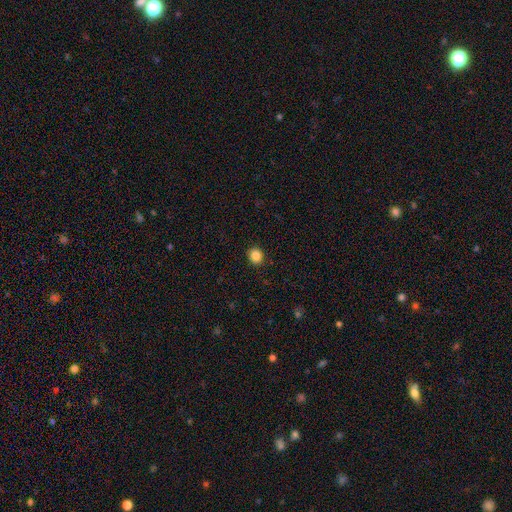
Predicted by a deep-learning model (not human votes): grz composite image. It shows a smooth galaxy with no disk features (86%) that is round (82%). Merging: none (92%).